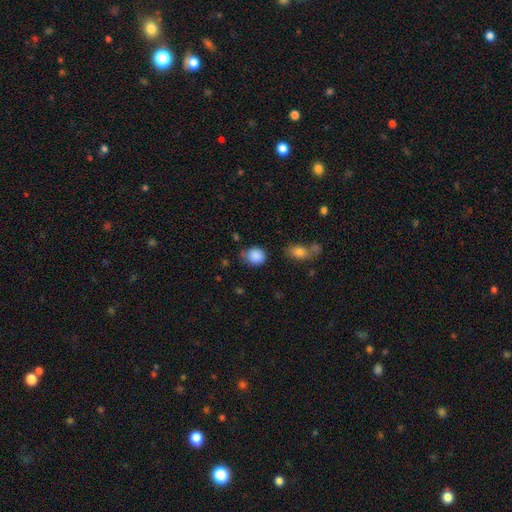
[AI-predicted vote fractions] smooth_or_featured: smooth (p=0.87) [alt: star or artifact p=0.08]
how_rounded: round (p=0.68) [alt: in between p=0.31]
merging: none (p=0.61) [alt: minor disturbance p=0.29]